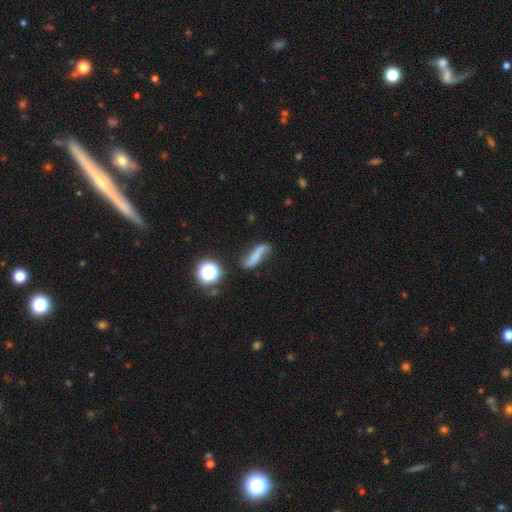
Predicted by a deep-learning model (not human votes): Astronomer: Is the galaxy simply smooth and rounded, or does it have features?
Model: smooth — 54% (runner-up: featured or disk, 32%).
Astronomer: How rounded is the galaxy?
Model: cigar-shaped — 59%.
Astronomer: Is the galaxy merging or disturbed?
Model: none — 59%.